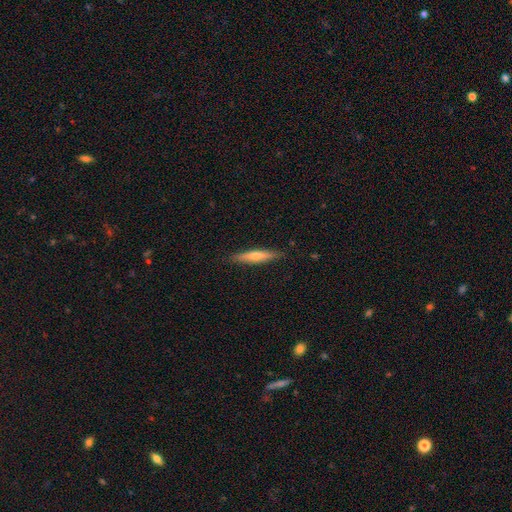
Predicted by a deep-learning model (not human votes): Smooth or featured: featured or disk — 49% (smooth — 45%)
Merging: none — 89% (minor disturbance — 9%)